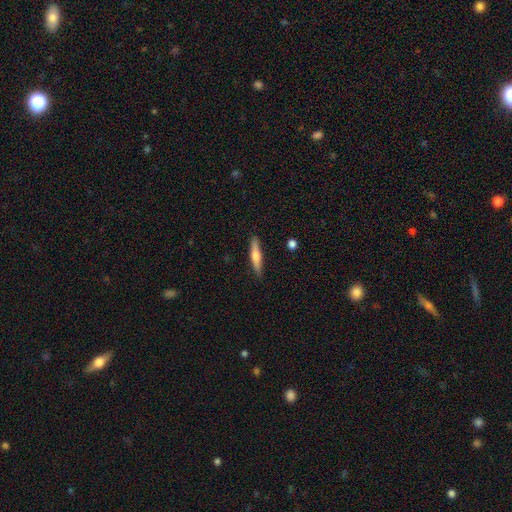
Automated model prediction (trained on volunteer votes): Smooth or featured? smooth (54%)
How rounded? cigar-shaped (87%)
Merging? none (87%)